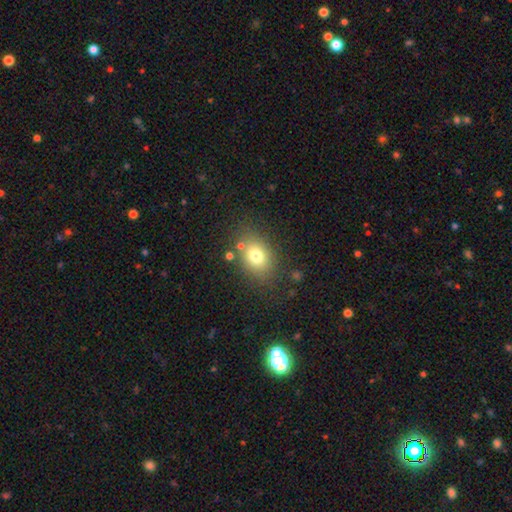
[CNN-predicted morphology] Smooth or featured?
  - smooth: 75% *
  - star or artifact: 13%
  - featured or disk: 12%
How rounded?
  - in between: 59% *
  - round: 40%
  - cigar-shaped: 1%
Merging?
  - none: 76% *
  - minor disturbance: 13%
  - major disturbance: 6%
  - merger: 6%